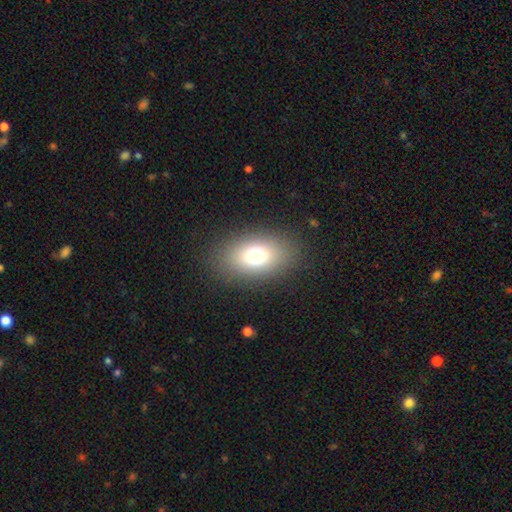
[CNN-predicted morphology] The model was most divided on "smooth or featured": smooth: 72%, star or artifact: 14%, featured or disk: 14%. More confident: merging — none (86%); how rounded — in between (81%).